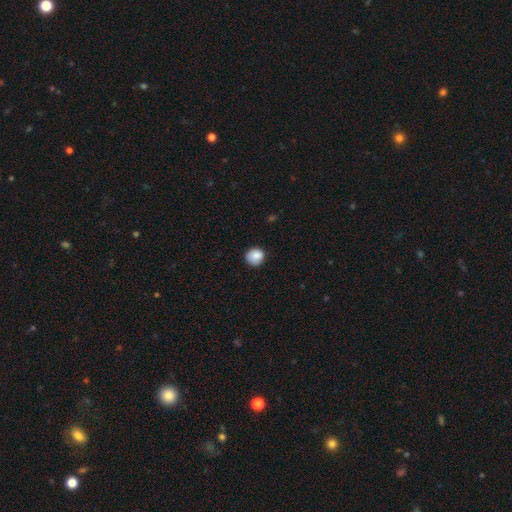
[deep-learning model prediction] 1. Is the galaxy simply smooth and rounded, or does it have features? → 86% smooth, 8% star or artifact, 6% featured or disk.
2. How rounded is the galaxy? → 88% round, 11% in between, 1% cigar-shaped.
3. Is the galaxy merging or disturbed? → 80% none, 15% minor disturbance, 3% major disturbance, 1% merger.